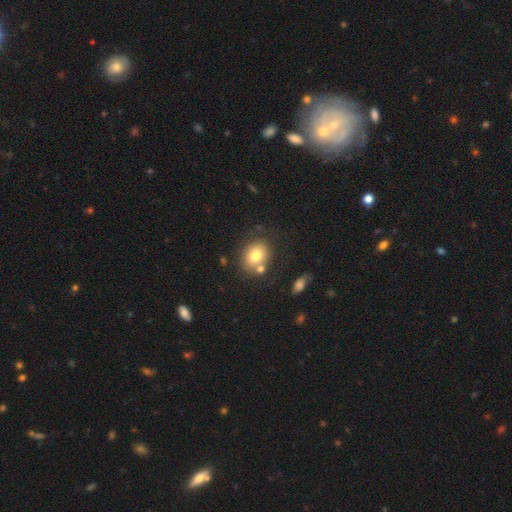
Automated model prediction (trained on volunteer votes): smooth 76%, featured or disk 15%, star or artifact 10%. Down the decision tree: how rounded — round (53%); merging — none (67%).